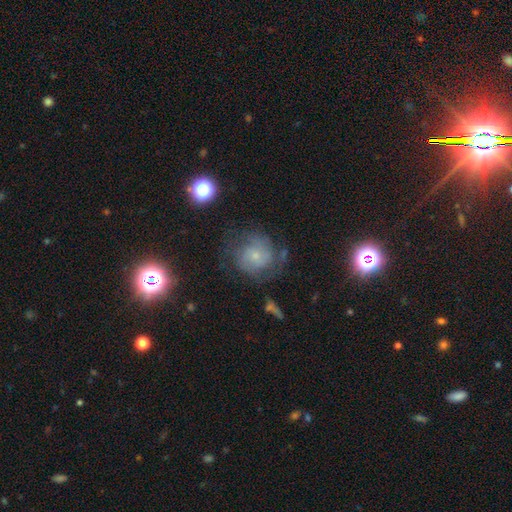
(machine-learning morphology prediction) Overall: featured or disk (53%; smooth 35%). Edge-on disk: no (97%). Bar: no (77%). Spiral arms: yes (75%). Bulge size: small (67%). Merging: none (54%; minor disturbance 22%).